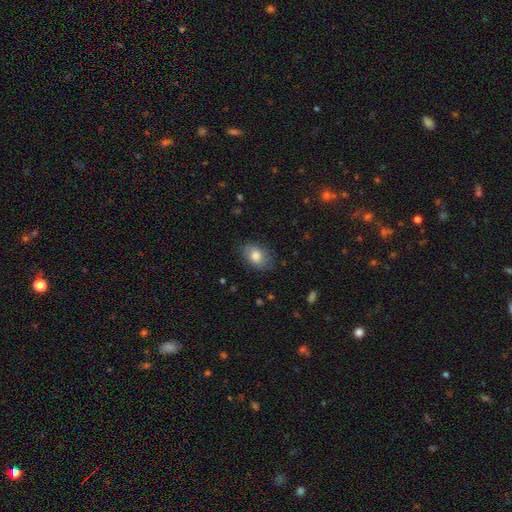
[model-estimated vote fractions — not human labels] This appears to be a smooth galaxy with no disk features (76%) that is in between round and cigar-shaped (80%). Merging: none (75%).